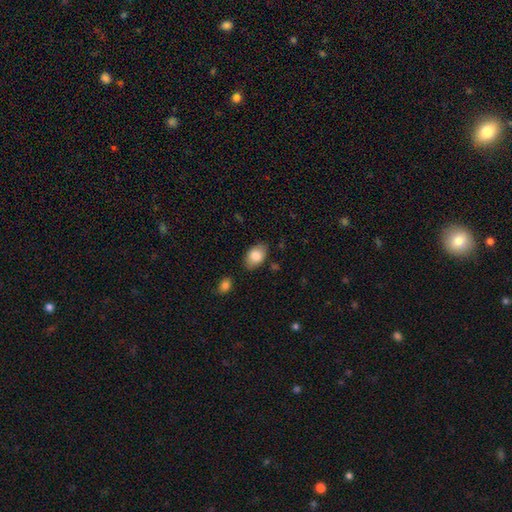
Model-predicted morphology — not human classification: Q: Smooth or featured?
A: smooth (83%); runner-up: featured or disk (10%)
Q: How rounded?
A: in between (90%); runner-up: round (9%)
Q: Merging?
A: none (82%); runner-up: minor disturbance (13%)